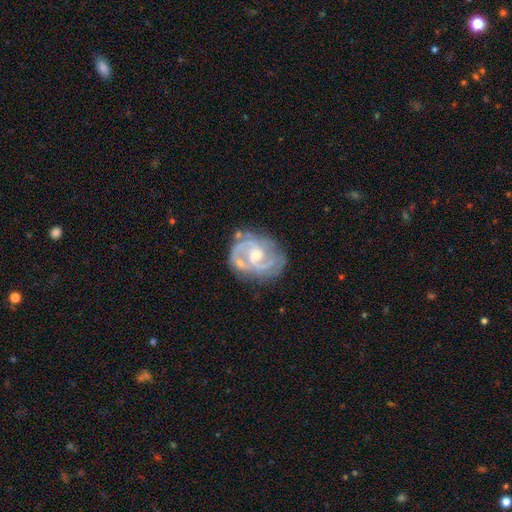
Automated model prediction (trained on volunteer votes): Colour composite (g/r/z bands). It shows a featured or disk galaxy (89%) with no bar (51%), 2 (65%) medium (47%) spiral arms (96%) and a small central bulge (49%). Merging: none (67%).